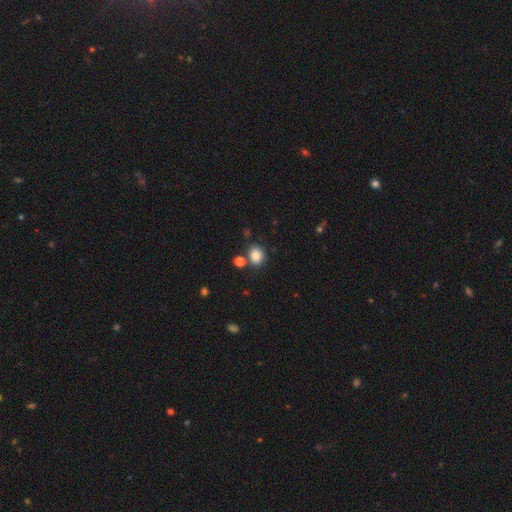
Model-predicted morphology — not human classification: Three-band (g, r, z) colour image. It shows a smooth galaxy with no disk features (85%) that is round (61%). Merging: none (73%).